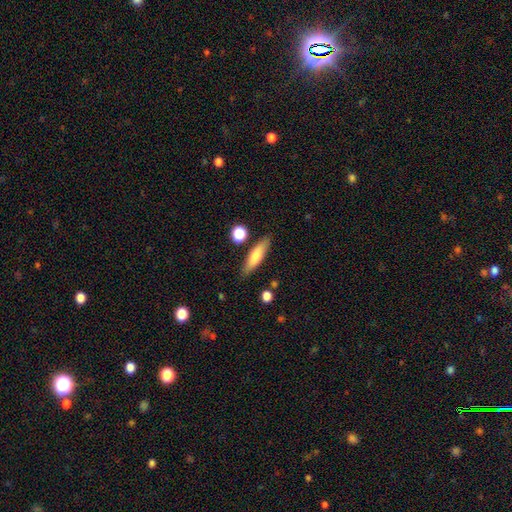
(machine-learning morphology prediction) The model was most divided on "how rounded": cigar-shaped: 70%, in between: 28%, round: 2%. More confident: merging — none (84%); smooth or featured — smooth (72%).